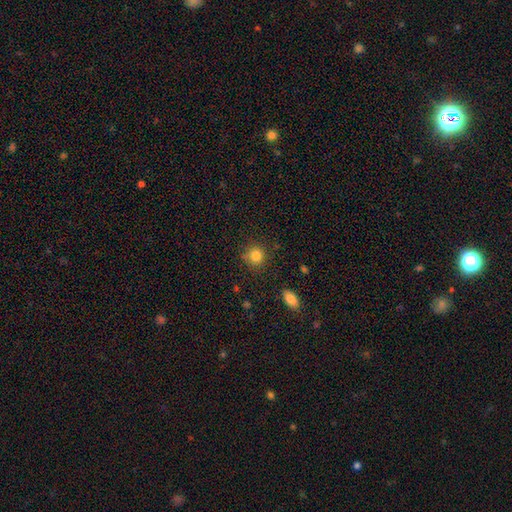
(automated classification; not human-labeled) Q: Smooth or featured?
A: smooth (85%); runner-up: star or artifact (10%)
Q: How rounded?
A: round (87%); runner-up: in between (12%)
Q: Merging?
A: none (81%); runner-up: minor disturbance (13%)